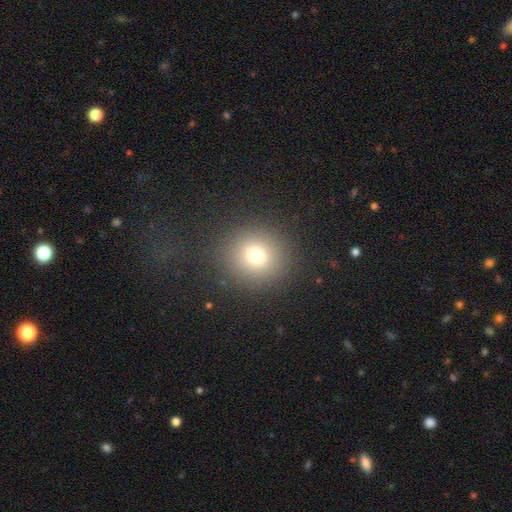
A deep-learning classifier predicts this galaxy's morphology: Smooth or featured? smooth (74%)
How rounded? round (90%)
Merging? none (87%)